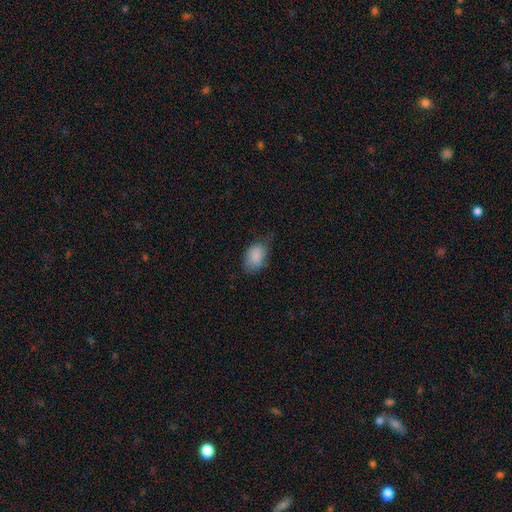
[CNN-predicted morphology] smooth_or_featured: smooth (p=0.86) [alt: featured or disk p=0.07]
how_rounded: in between (p=0.87) [alt: round p=0.12]
merging: none (p=0.58) [alt: minor disturbance p=0.32]